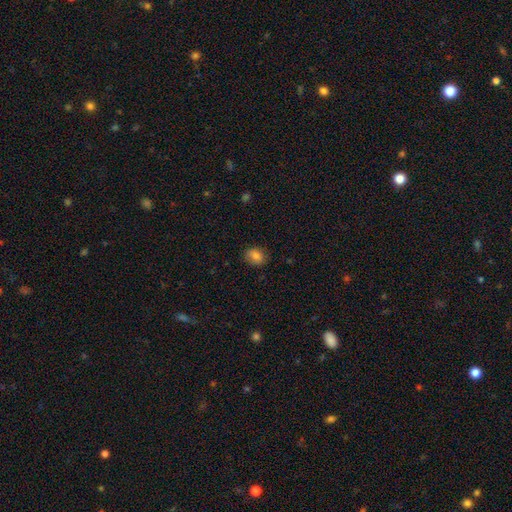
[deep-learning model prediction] smooth-or-featured: smooth: 82% | star or artifact: 10% | featured or disk: 8%
  how-rounded: in between: 52% | round: 47% | cigar-shaped: 1%
  merging: none: 83% | minor disturbance: 14% | major disturbance: 3% | merger: 1%